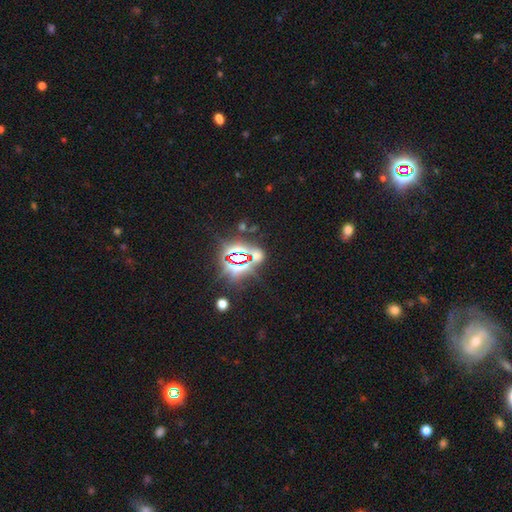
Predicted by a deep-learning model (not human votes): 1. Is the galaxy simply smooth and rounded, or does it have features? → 73% star or artifact, 19% smooth, 8% featured or disk.